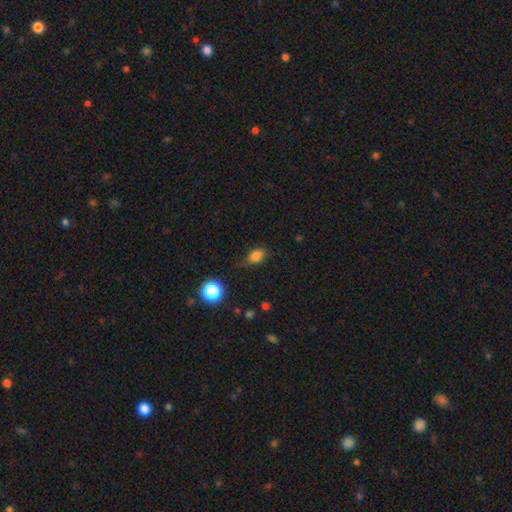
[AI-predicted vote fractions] Q: Smooth or featured?
A: smooth (78%); runner-up: star or artifact (15%)
Q: How rounded?
A: in between (78%); runner-up: round (19%)
Q: Merging?
A: none (58%); runner-up: minor disturbance (30%)